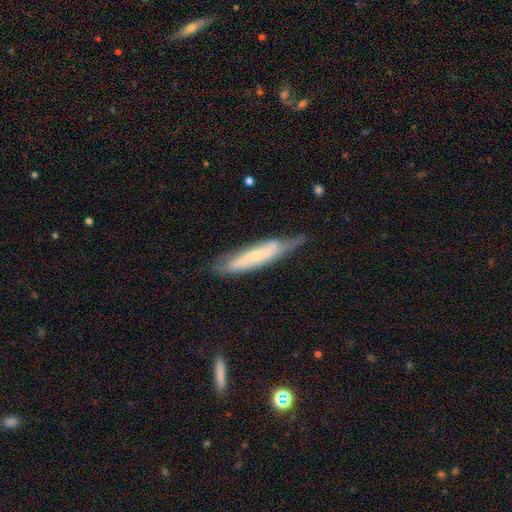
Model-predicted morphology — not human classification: This appears to be a featured or disk galaxy (65%). Merging: none (60%).